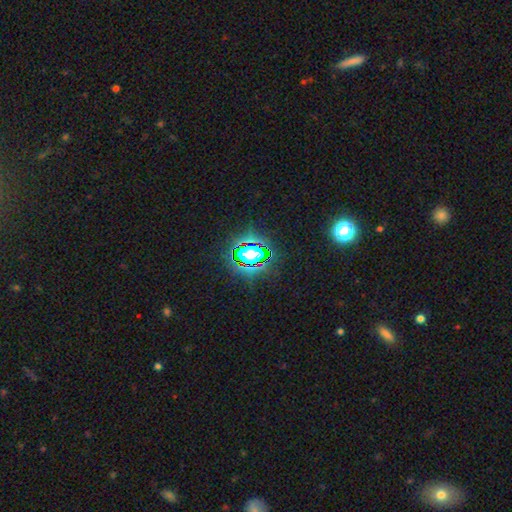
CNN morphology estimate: star or artifact 81%, smooth 12%, featured or disk 7%.